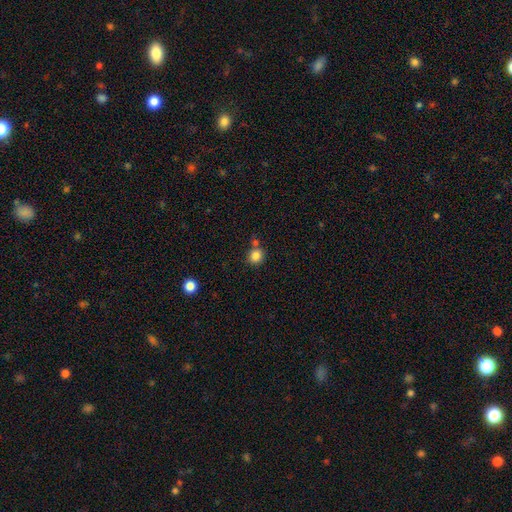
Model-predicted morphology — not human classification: Q: Smooth or featured?
A: smooth (84%); runner-up: star or artifact (11%)
Q: How rounded?
A: round (87%); runner-up: in between (12%)
Q: Merging?
A: none (70%); runner-up: merger (17%)